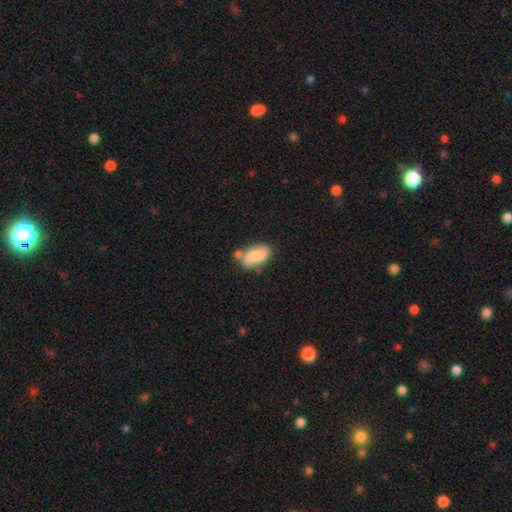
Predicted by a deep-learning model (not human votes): Morphology: type=smooth (54%); roundness=in between (91%); merging=none (55%).